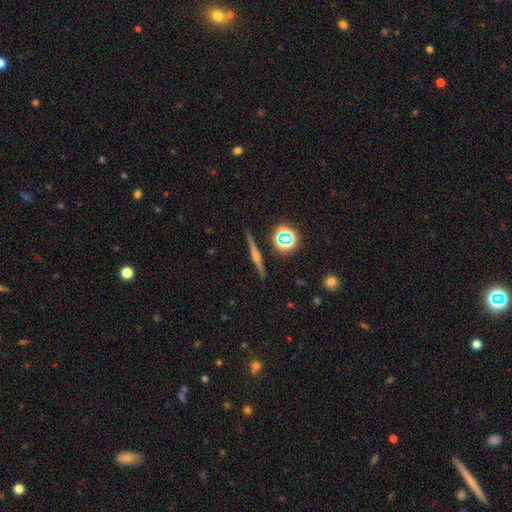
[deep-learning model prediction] smooth-or-featured: featured or disk: 67% | smooth: 19% | star or artifact: 14%
  disk-edge-on: yes: 97% | no: 3%
    edge-on-bulge: rounded: 77% | none: 15% | boxy: 8%
  merging: none: 90% | minor disturbance: 6% | merger: 2% | major disturbance: 2%